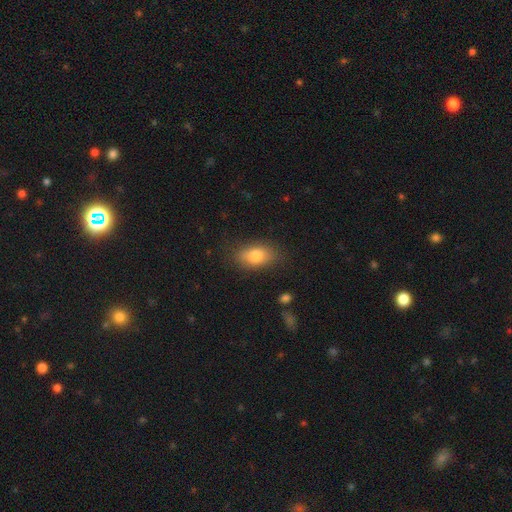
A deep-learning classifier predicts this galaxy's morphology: Q: Smooth or featured?
A: smooth (80%); runner-up: featured or disk (12%)
Q: How rounded?
A: in between (88%); runner-up: round (9%)
Q: Merging?
A: none (80%); runner-up: minor disturbance (15%)